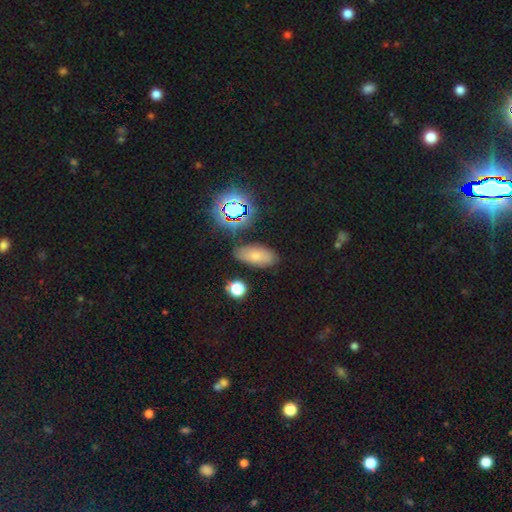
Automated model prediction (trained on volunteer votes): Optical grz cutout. It shows a smooth galaxy with no disk features (49%). Merging: none (83%).